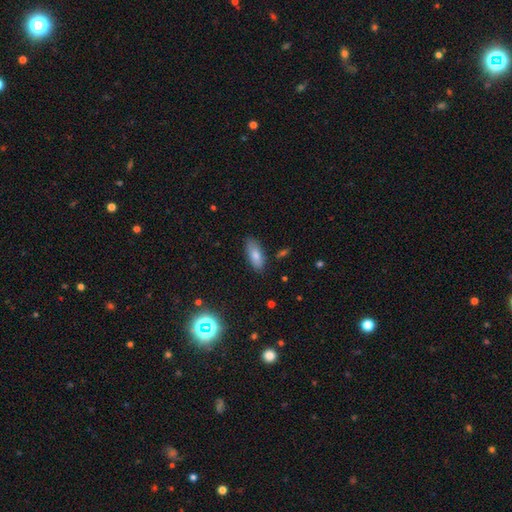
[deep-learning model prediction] smooth_or_featured: smooth (p=0.78) [alt: featured or disk p=0.14]
how_rounded: in between (p=0.82) [alt: cigar-shaped p=0.15]
merging: none (p=0.81) [alt: minor disturbance p=0.14]